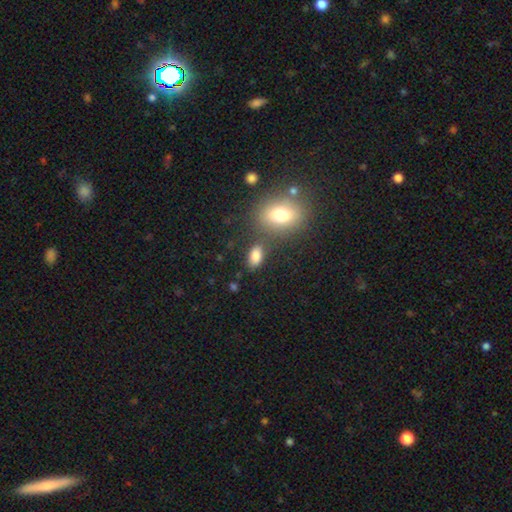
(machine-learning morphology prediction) Smooth or featured?
  - smooth: 83% *
  - star or artifact: 10%
  - featured or disk: 7%
How rounded?
  - in between: 88% *
  - round: 9%
  - cigar-shaped: 3%
Merging?
  - none: 72% *
  - minor disturbance: 13%
  - merger: 10%
  - major disturbance: 5%